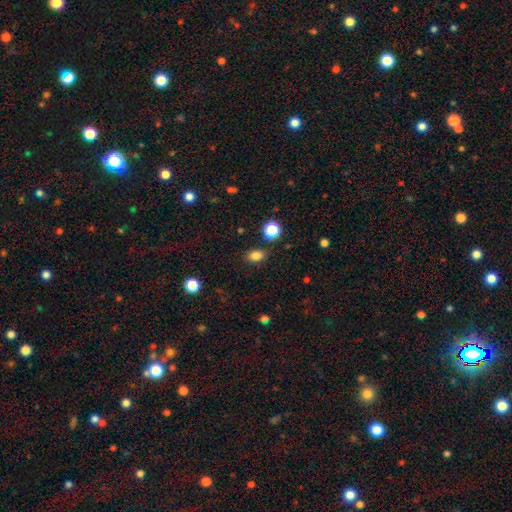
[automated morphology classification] smooth 82%, star or artifact 13%, featured or disk 5%. Down the decision tree: how rounded — in between (73%); merging — none (82%).